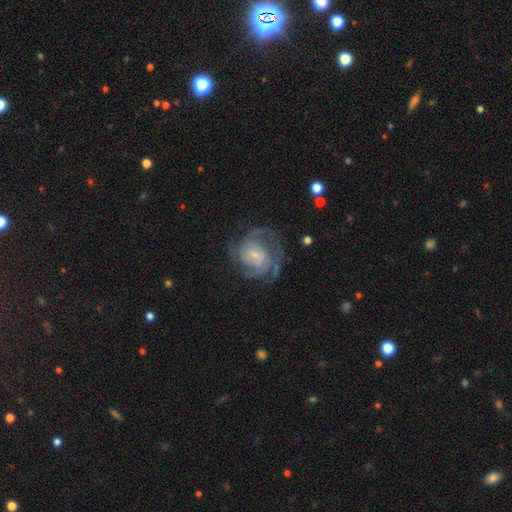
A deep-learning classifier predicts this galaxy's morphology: type=featured or disk (81%); edge-on=no (98%); bar=no (46%); spiral arms=yes (92%); winding=tight (50%); arm count=can't tell (31%); bulge=small (60%); merging=none (62%).